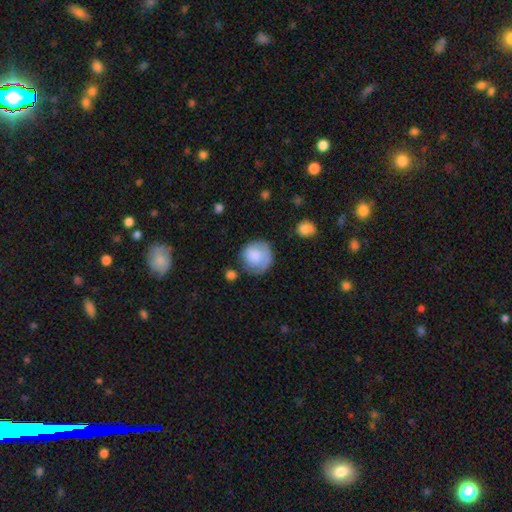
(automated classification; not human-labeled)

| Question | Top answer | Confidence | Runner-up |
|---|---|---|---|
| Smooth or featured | smooth | 76% | featured or disk (17%) |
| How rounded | round | 89% | in between (10%) |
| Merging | none | 65% | minor disturbance (22%) |